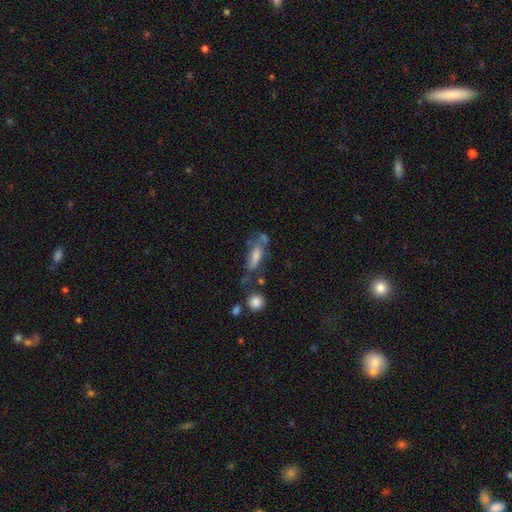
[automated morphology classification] smooth-or-featured: smooth: 51% | featured or disk: 39% | star or artifact: 10%
  how-rounded: in between: 54% | cigar-shaped: 42% | round: 4%
  merging: none: 43% | minor disturbance: 24% | major disturbance: 19% | merger: 15%